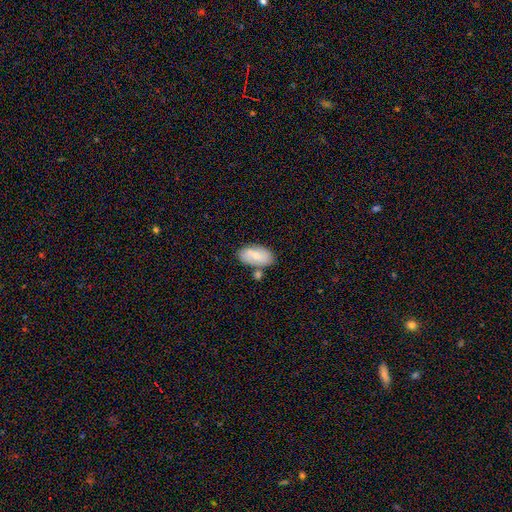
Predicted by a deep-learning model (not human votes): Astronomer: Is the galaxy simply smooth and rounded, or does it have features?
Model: smooth — 66%.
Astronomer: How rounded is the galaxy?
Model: in between — 93%.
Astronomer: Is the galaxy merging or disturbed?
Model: none — 68%.